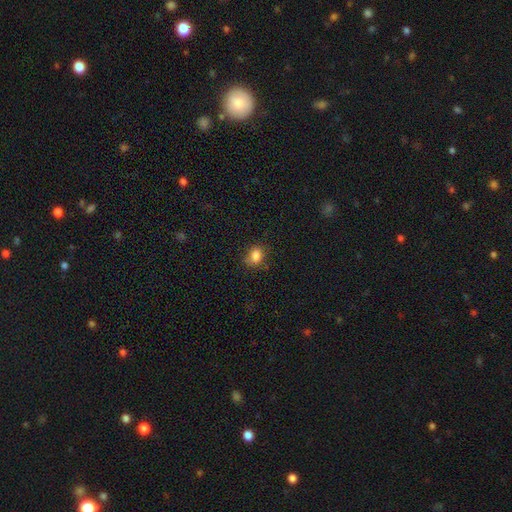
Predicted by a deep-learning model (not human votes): Smooth or featured? smooth (83%)
How rounded? in between (54%)
Merging? none (67%)